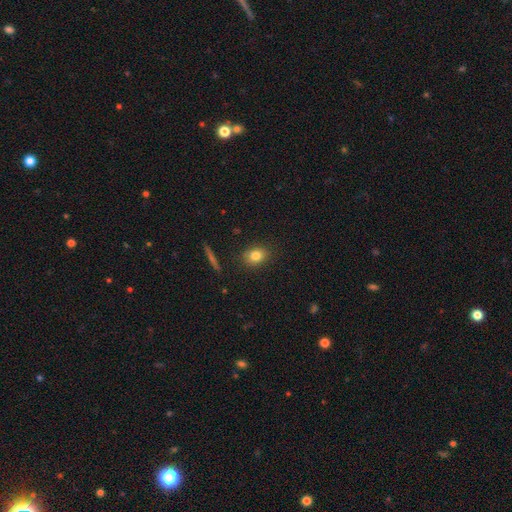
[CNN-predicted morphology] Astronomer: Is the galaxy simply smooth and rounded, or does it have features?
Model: smooth — 81%.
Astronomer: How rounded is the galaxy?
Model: in between — 51% (runner-up: round, 47%).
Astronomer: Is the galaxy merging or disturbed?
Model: none — 87%.